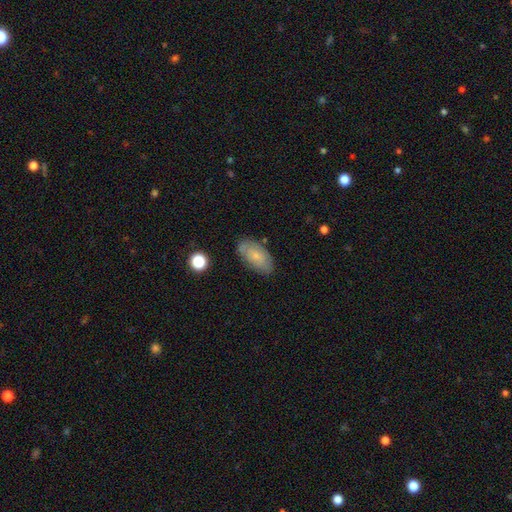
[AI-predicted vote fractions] smooth_or_featured: smooth (p=0.62) [alt: featured or disk p=0.31]
how_rounded: in between (p=0.92) [alt: round p=0.04]
merging: none (p=0.74) [alt: minor disturbance p=0.19]